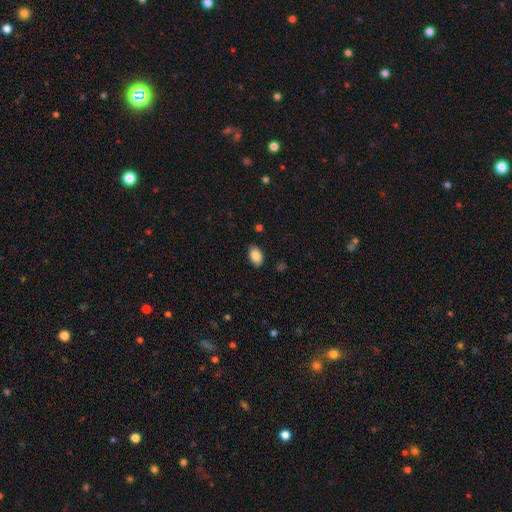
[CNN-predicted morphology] Smooth or featured? Predicted: smooth (p=0.88). How rounded? Predicted: in between (p=0.90). Merging? Predicted: none (p=0.85).